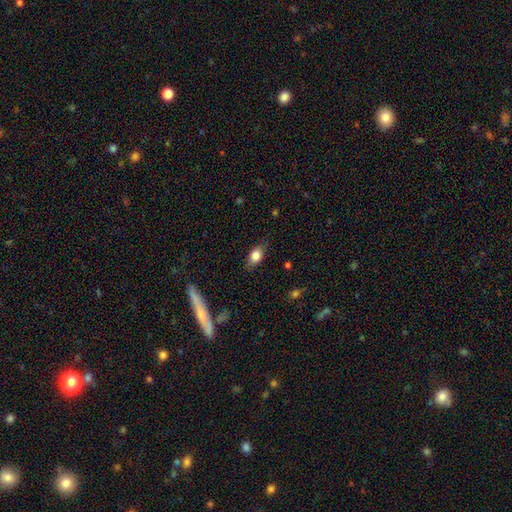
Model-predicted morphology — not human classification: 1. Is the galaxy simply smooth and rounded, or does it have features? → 78% smooth, 14% featured or disk, 8% star or artifact.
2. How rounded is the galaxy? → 79% in between, 15% round, 6% cigar-shaped.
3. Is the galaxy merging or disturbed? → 78% none, 17% minor disturbance, 4% major disturbance, 1% merger.